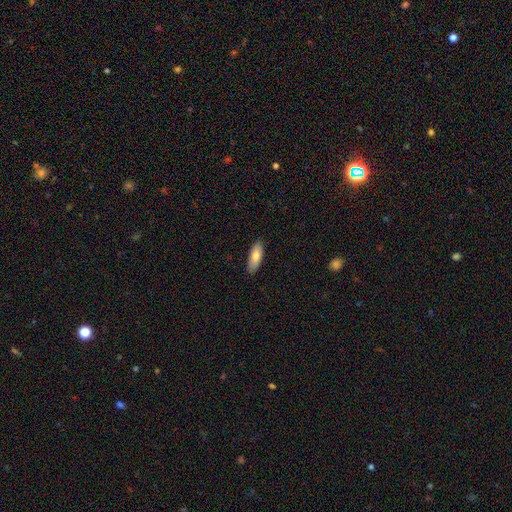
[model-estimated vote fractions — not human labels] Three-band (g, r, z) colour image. It shows a smooth galaxy with no disk features (75%) that is in between round and cigar-shaped (69%). Merging: none (88%).